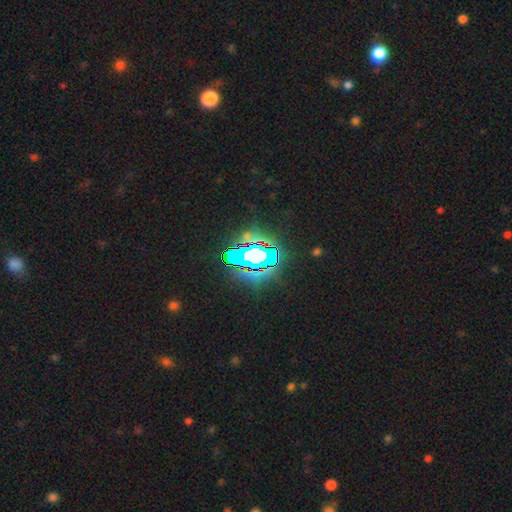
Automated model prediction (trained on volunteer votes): A star or artifact, not a galaxy (67%).